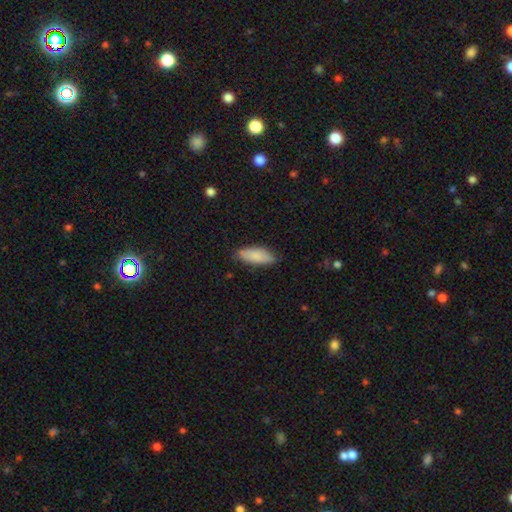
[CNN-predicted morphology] A smooth galaxy with no disk features (85%) that is in between round and cigar-shaped (74%).

Vote fractions:
- Smooth or featured? smooth: 85% / featured or disk: 9% / star or artifact: 6%
- How rounded? in between: 74% / cigar-shaped: 24% / round: 2%
- Merging? none: 81% / minor disturbance: 16% / major disturbance: 3% / merger: 1%